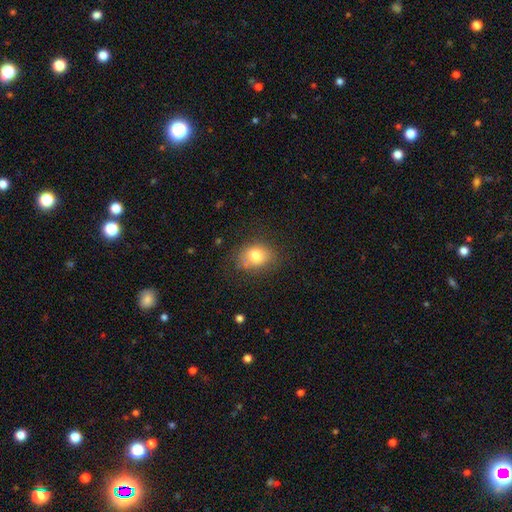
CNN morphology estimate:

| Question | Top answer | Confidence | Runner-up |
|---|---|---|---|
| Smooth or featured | smooth | 79% | featured or disk (11%) |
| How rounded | in between | 53% | round (46%) |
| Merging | none | 74% | minor disturbance (18%) |